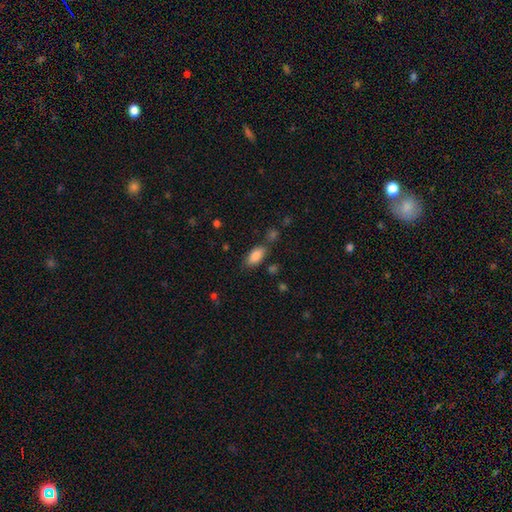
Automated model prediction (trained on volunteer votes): smooth-or-featured: smooth: 85% | featured or disk: 8% | star or artifact: 8%
  how-rounded: in between: 90% | cigar-shaped: 7% | round: 3%
  merging: none: 73% | minor disturbance: 15% | merger: 8% | major disturbance: 4%